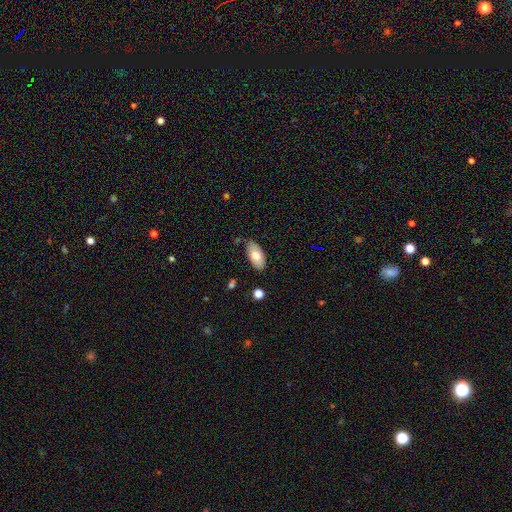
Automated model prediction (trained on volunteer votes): A smooth galaxy with no disk features (70%) that is in between round and cigar-shaped (93%). Merging: none (77%).